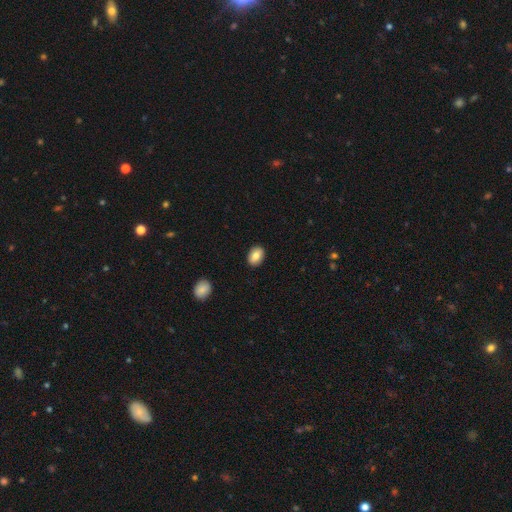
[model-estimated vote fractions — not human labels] This appears to be a smooth galaxy with no disk features (84%) that is in between round and cigar-shaped (82%). Merging: none (90%).